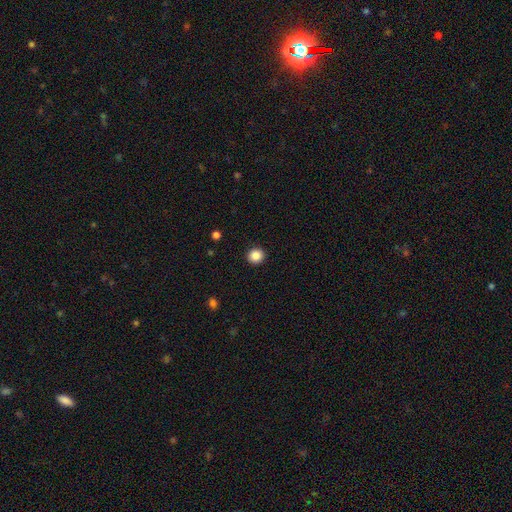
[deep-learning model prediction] Morphology: type=smooth (87%); roundness=round (90%); merging=none (93%).